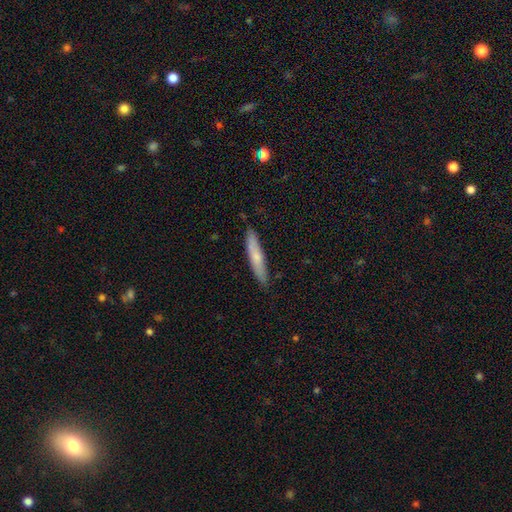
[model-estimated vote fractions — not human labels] The model was most divided on "smooth or featured": smooth: 64%, featured or disk: 30%, star or artifact: 6%. More confident: how rounded — cigar-shaped (91%); merging — none (87%).